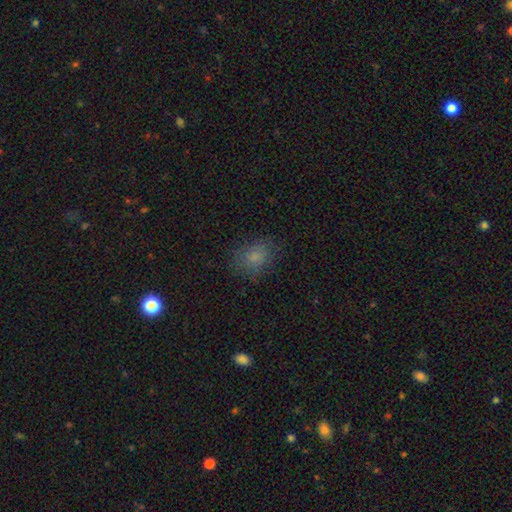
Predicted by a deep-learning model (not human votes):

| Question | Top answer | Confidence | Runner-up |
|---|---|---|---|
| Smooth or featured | smooth | 74% | star or artifact (17%) |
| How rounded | in between | 52% | round (47%) |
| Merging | none | 77% | minor disturbance (16%) |